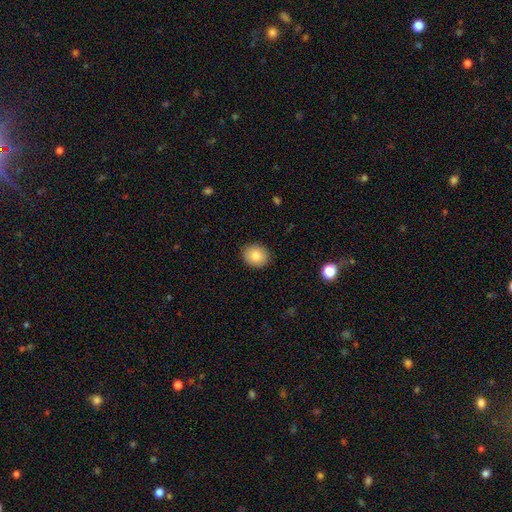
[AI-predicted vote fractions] Smooth or featured?
  - smooth: 84% *
  - star or artifact: 8%
  - featured or disk: 8%
How rounded?
  - round: 69% *
  - in between: 31%
  - cigar-shaped: 1%
Merging?
  - none: 90% *
  - minor disturbance: 7%
  - major disturbance: 2%
  - merger: 1%